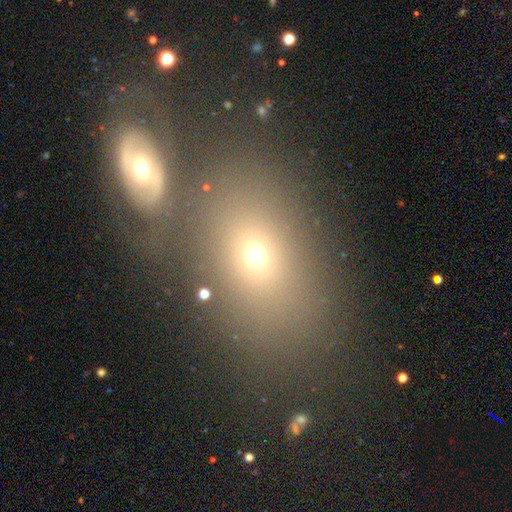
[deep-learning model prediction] Smooth or featured? Predicted: smooth (p=0.62). How rounded? Predicted: in between (p=0.69). Merging? Predicted: none (p=0.63).